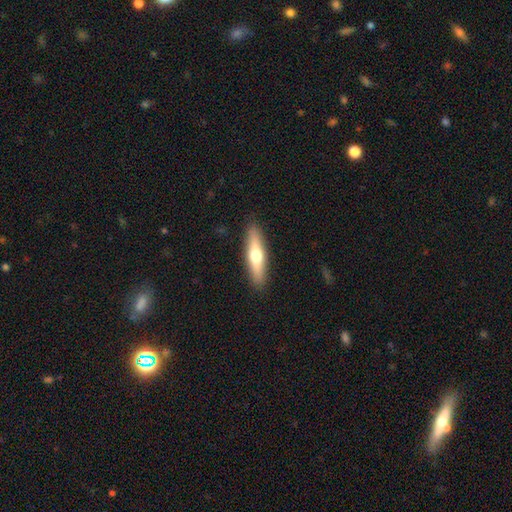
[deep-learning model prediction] This appears to be a smooth galaxy with no disk features (53%) that is cigar-shaped (74%). Merging: none (90%).